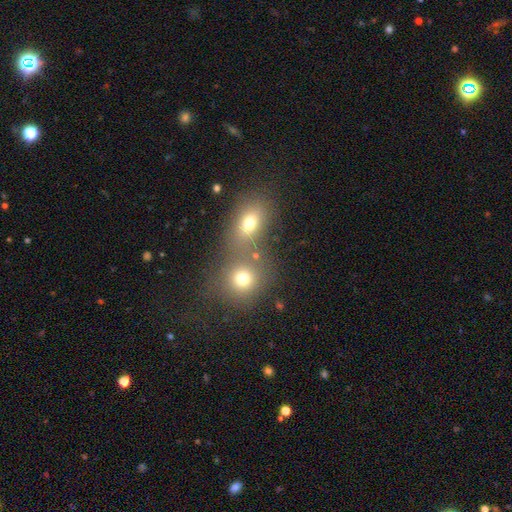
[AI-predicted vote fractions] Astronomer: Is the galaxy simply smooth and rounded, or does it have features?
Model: smooth — 69%.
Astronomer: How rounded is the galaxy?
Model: round — 69%.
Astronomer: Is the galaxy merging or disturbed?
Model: merger — 50% (runner-up: none, 40%).